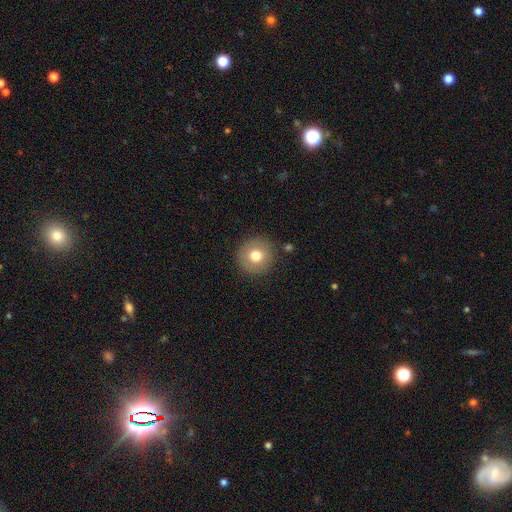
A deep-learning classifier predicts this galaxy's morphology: This is likely a smooth galaxy (74%). How rounded: clearly round (95%). Merging: clearly none (88%).